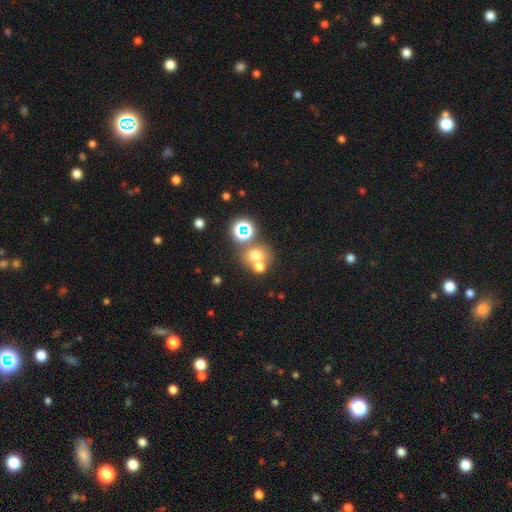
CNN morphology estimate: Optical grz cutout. It shows a smooth galaxy with no disk features (63%) that is round (76%). Merging: none (49%).